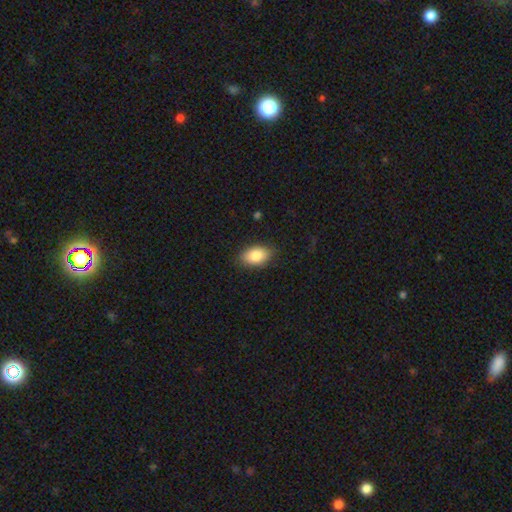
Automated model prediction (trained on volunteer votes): This is clearly a smooth galaxy (84%). How rounded: clearly in between (90%). Merging: clearly none (85%).